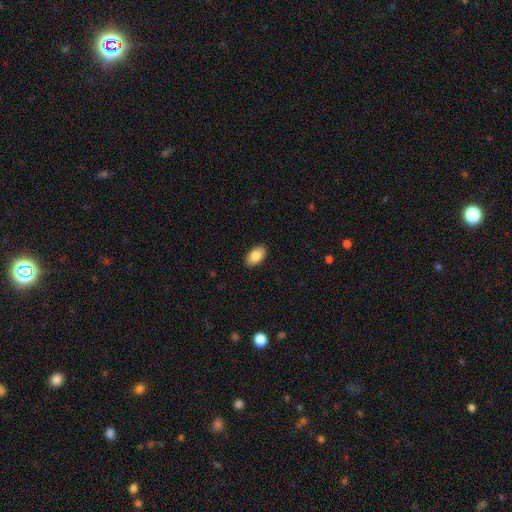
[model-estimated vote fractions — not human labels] Smooth or featured?
  - smooth: 86% *
  - featured or disk: 7%
  - star or artifact: 7%
How rounded?
  - in between: 94% *
  - round: 5%
  - cigar-shaped: 1%
Merging?
  - none: 90% *
  - minor disturbance: 8%
  - major disturbance: 2%
  - merger: 1%